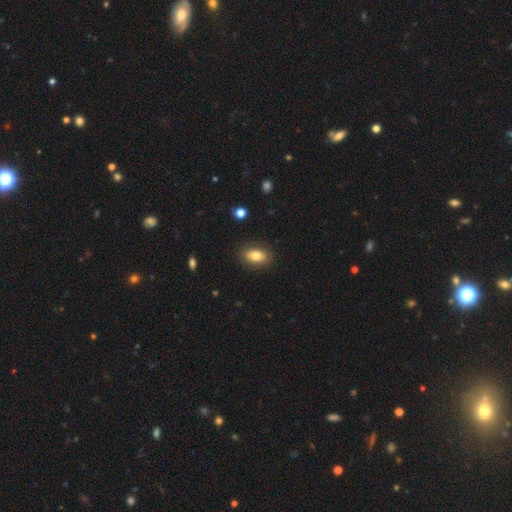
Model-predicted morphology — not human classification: smooth_or_featured: smooth (p=0.79) [alt: featured or disk p=0.13]
how_rounded: in between (p=0.87) [alt: round p=0.09]
merging: none (p=0.86) [alt: minor disturbance p=0.10]